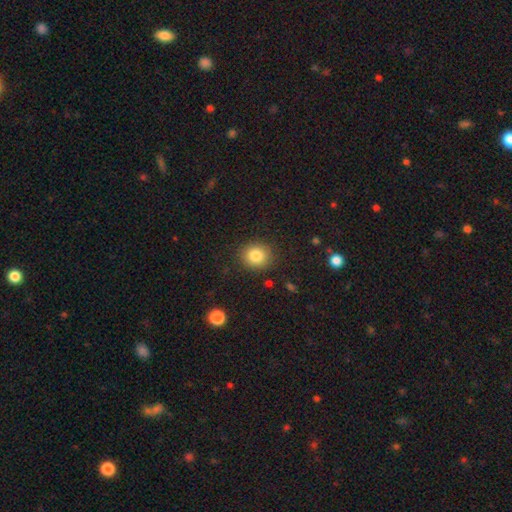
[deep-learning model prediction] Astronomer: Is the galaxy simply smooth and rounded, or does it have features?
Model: smooth — 84%.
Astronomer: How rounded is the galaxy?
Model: round — 80%.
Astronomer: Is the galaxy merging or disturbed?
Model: none — 88%.